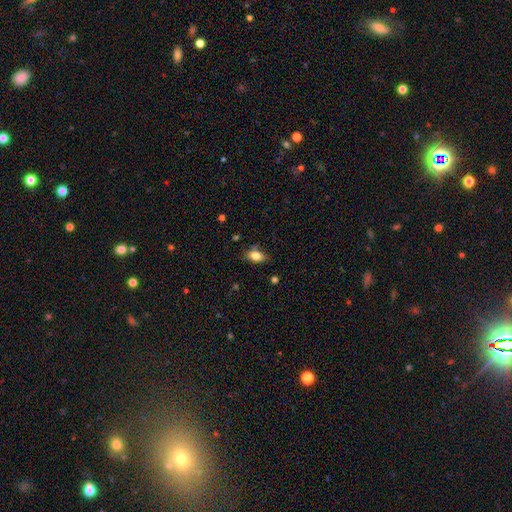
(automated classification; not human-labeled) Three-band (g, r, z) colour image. It shows a smooth galaxy with no disk features (80%) that is in between round and cigar-shaped (86%). Merging: none (75%).